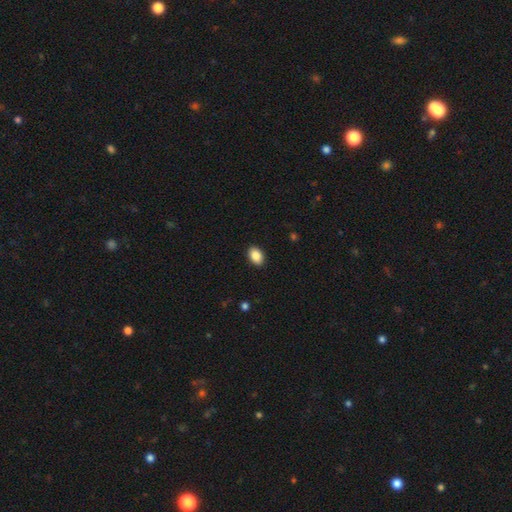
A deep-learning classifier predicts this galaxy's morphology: type=smooth (89%); roundness=in between (87%); merging=none (90%).